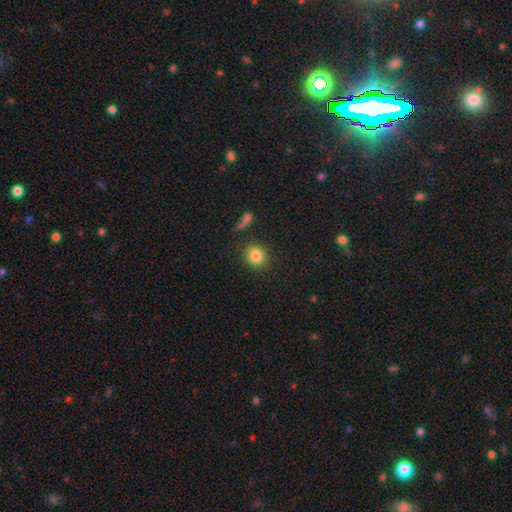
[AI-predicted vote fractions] Smooth or featured? smooth (84%)
How rounded? round (86%)
Merging? none (83%)